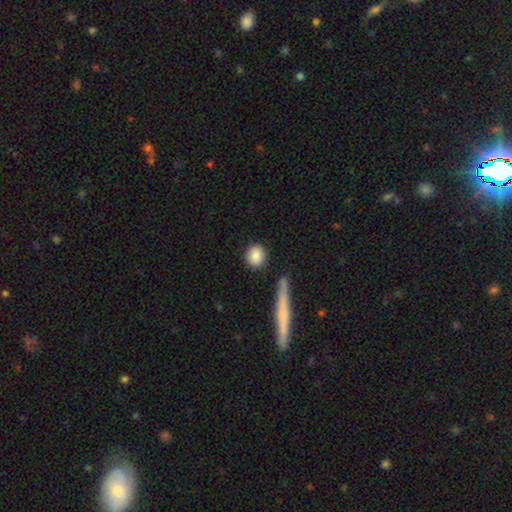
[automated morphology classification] The model was most divided on "how rounded": round: 80%, in between: 16%, cigar-shaped: 3%. More confident: smooth or featured — smooth (86%); merging — none (86%).